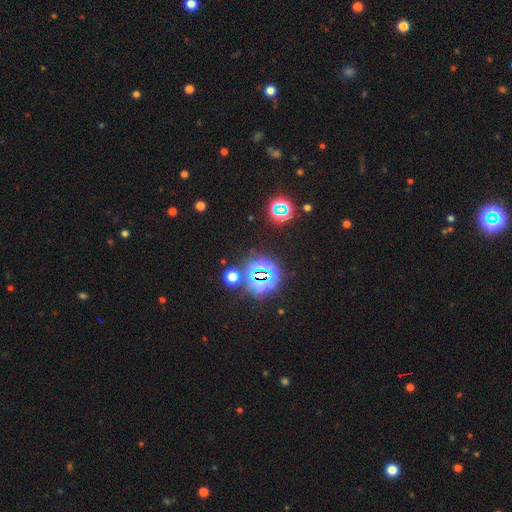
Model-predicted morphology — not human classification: smooth-or-featured: star or artifact: 82% | smooth: 11% | featured or disk: 7%